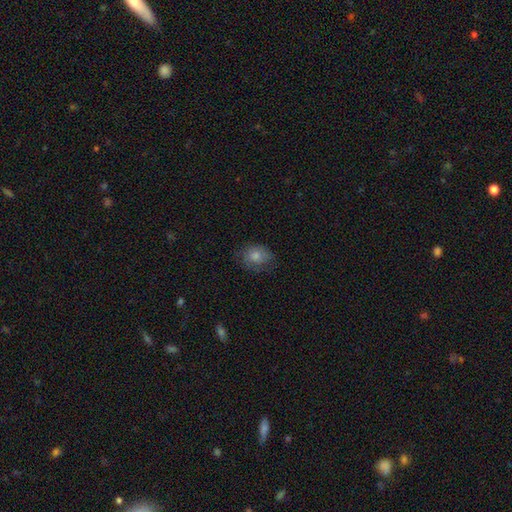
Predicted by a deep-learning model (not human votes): This is likely a smooth galaxy (66%). How rounded: possibly round (51%). Merging: likely none (73%).